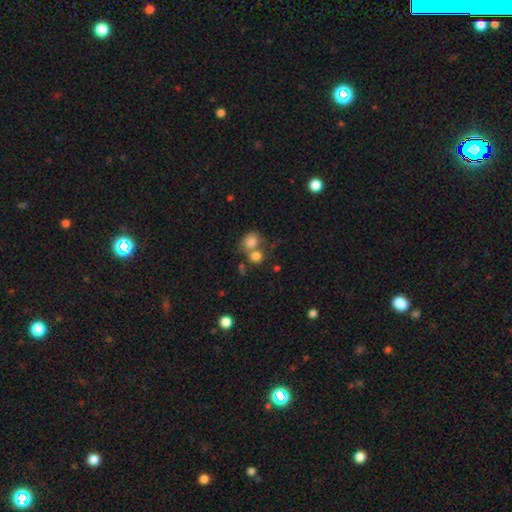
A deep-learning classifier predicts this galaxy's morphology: Overall: smooth (78%). How rounded: round (78%). Merging: merger (45%; none 42%).